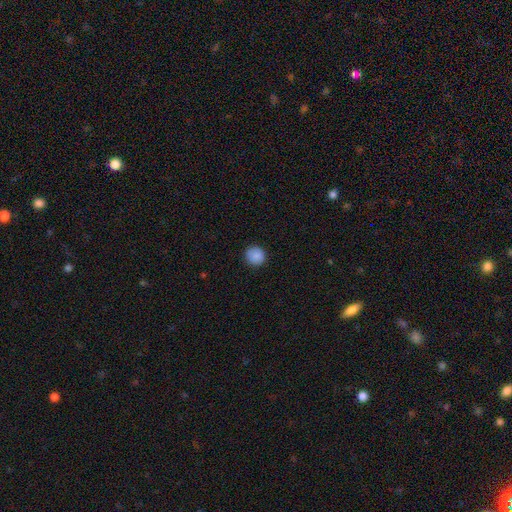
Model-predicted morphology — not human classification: smooth_or_featured: smooth (p=0.88) [alt: star or artifact p=0.08]
how_rounded: round (p=0.92) [alt: in between p=0.07]
merging: none (p=0.88) [alt: minor disturbance p=0.09]